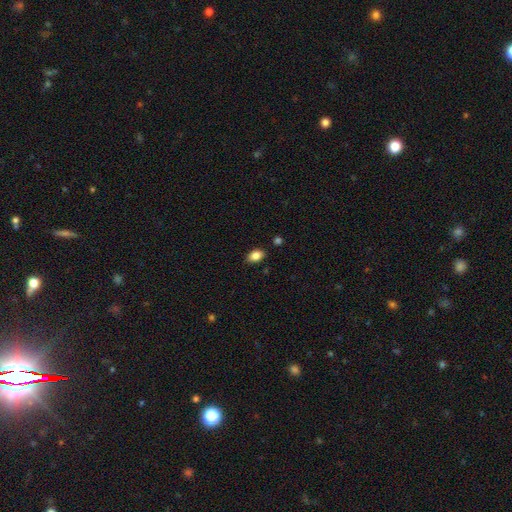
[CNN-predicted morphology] This is clearly a smooth galaxy (84%). How rounded: clearly in between (88%). Merging: clearly none (86%).